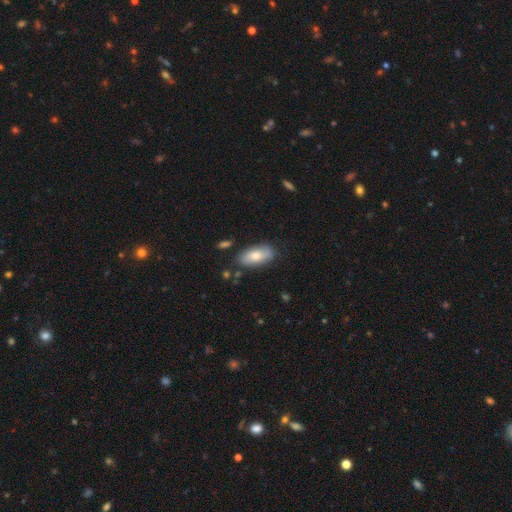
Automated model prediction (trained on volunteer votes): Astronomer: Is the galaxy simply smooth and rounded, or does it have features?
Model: smooth — 72%.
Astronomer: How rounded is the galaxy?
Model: in between — 90%.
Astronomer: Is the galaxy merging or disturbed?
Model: none — 79%.